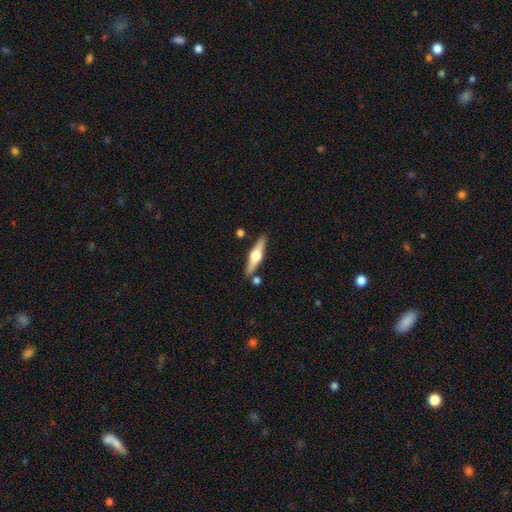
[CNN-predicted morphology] Smooth or featured?
  - featured or disk: 67% *
  - smooth: 28%
  - star or artifact: 5%
Edge-on disk?
  - yes: 96% *
  - no: 4%
Edge-on bulge?
  - rounded: 95% *
  - boxy: 3%
  - none: 2%
Merging?
  - none: 85% *
  - minor disturbance: 9%
  - merger: 5%
  - major disturbance: 2%